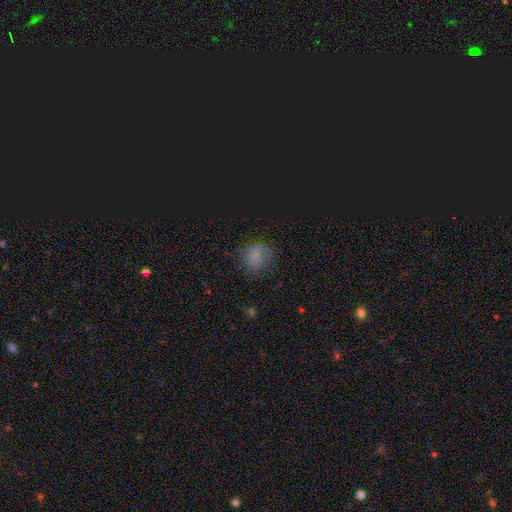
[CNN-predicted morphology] smooth_or_featured: smooth (p=0.64) [alt: star or artifact p=0.20]
how_rounded: round (p=0.80) [alt: in between p=0.19]
merging: none (p=0.69) [alt: minor disturbance p=0.21]